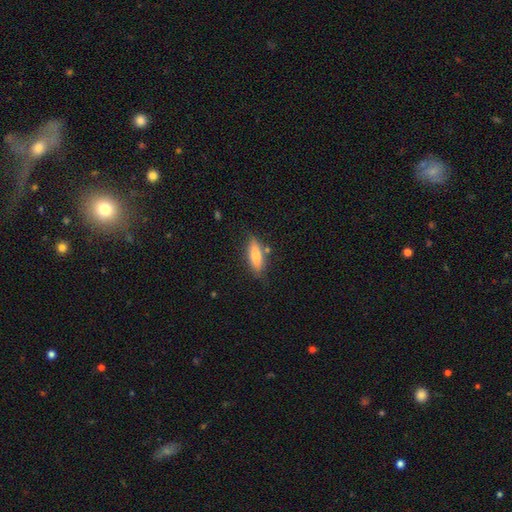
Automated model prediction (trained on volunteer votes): smooth 74%, featured or disk 19%, star or artifact 7%. Down the decision tree: how rounded — in between (62%); merging — none (75%).